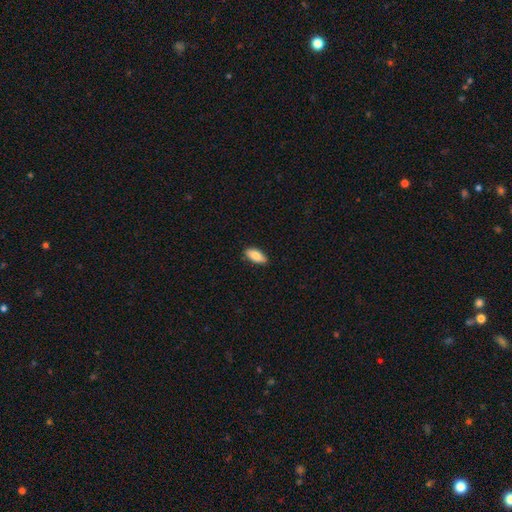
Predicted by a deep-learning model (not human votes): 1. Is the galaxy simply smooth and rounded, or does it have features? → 85% smooth, 9% featured or disk, 6% star or artifact.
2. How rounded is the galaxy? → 86% in between, 12% cigar-shaped, 2% round.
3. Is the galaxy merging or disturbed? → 86% none, 11% minor disturbance, 2% major disturbance, 1% merger.